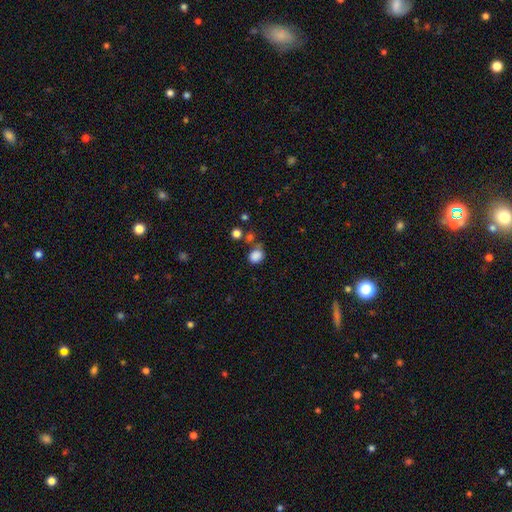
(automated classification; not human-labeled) A smooth galaxy with no disk features (84%) that is round (55%). Merging: none (57%).